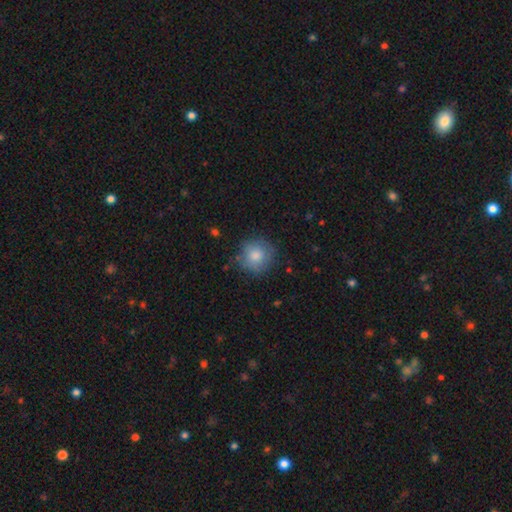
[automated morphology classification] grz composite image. It shows a smooth galaxy with no disk features (79%) that is round (92%). Merging: none (80%).